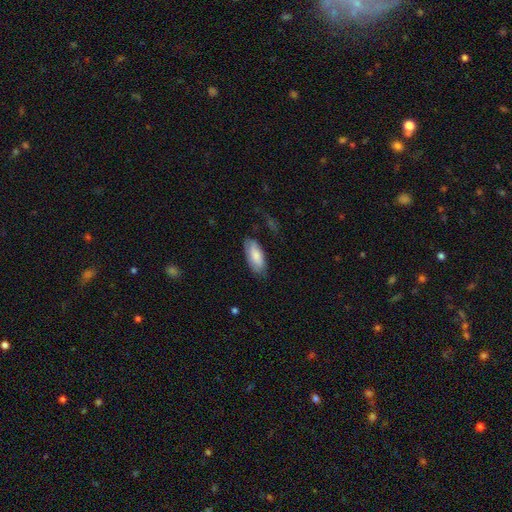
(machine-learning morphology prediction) smooth 76%, featured or disk 18%, star or artifact 6%. Down the decision tree: how rounded — in between (85%); merging — none (69%).